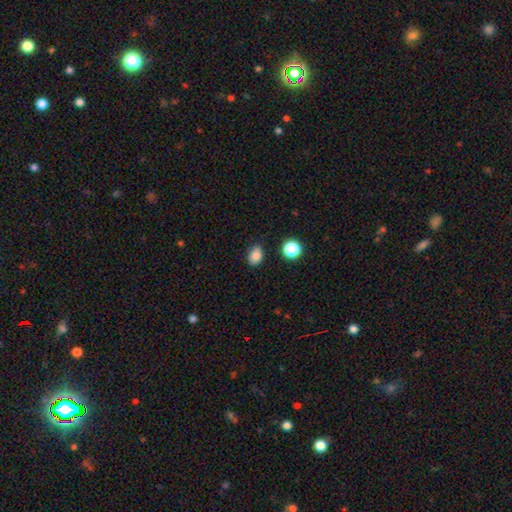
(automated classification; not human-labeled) smooth_or_featured: smooth (p=0.84) [alt: star or artifact p=0.11]
how_rounded: in between (p=0.70) [alt: round p=0.29]
merging: none (p=0.85) [alt: minor disturbance p=0.10]